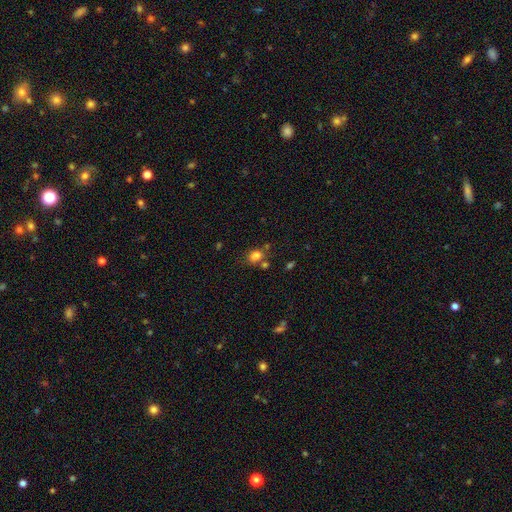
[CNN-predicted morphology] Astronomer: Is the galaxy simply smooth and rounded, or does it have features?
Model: smooth — 78%.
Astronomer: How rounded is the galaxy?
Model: in between — 61% (runner-up: round, 37%).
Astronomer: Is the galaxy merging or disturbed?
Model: none — 56%.